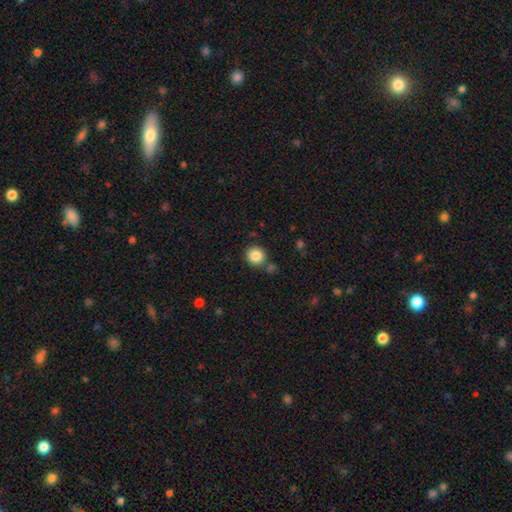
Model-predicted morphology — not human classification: This is clearly a smooth galaxy (85%). How rounded: clearly round (91%). Merging: likely none (79%).